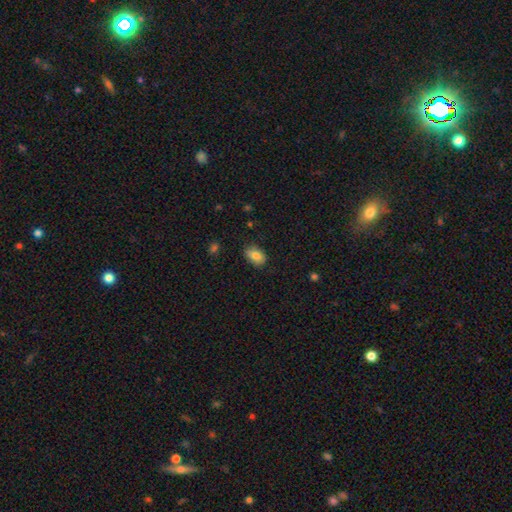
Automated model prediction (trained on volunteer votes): Smooth or featured? smooth (85%)
How rounded? in between (86%)
Merging? none (83%)